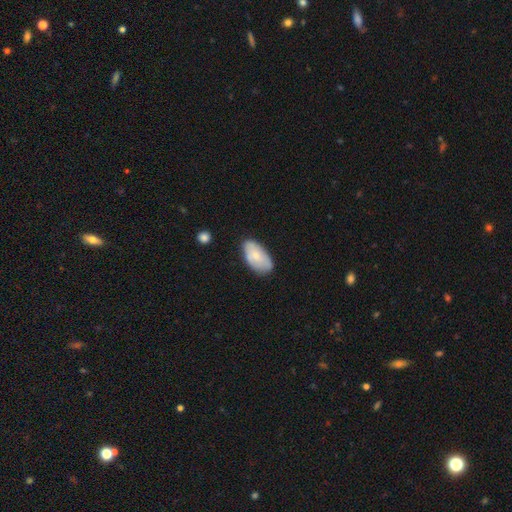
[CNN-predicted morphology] Smooth or featured? Predicted: smooth (p=0.69). How rounded? Predicted: in between (p=0.95). Merging? Predicted: none (p=0.68).